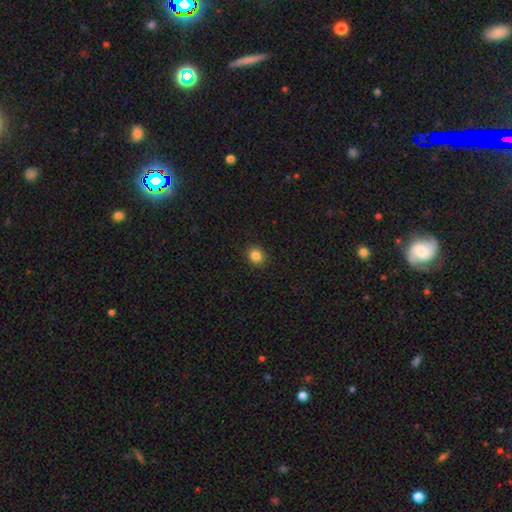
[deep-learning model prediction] smooth 84%, star or artifact 11%, featured or disk 5%. Down the decision tree: how rounded — round (76%); merging — none (90%).